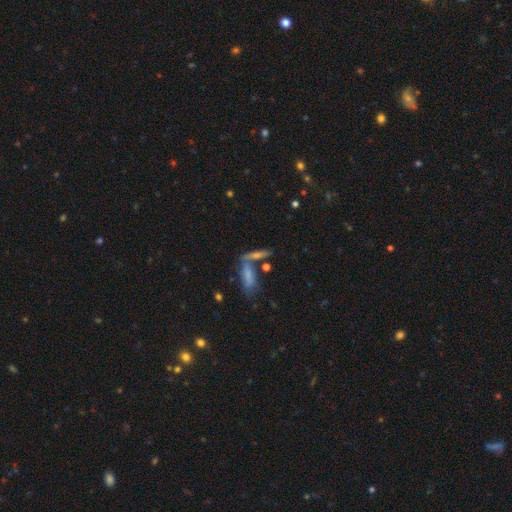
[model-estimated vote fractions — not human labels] Overall: featured or disk (36%; smooth 35%). Merging: none (39%; merger 34%).